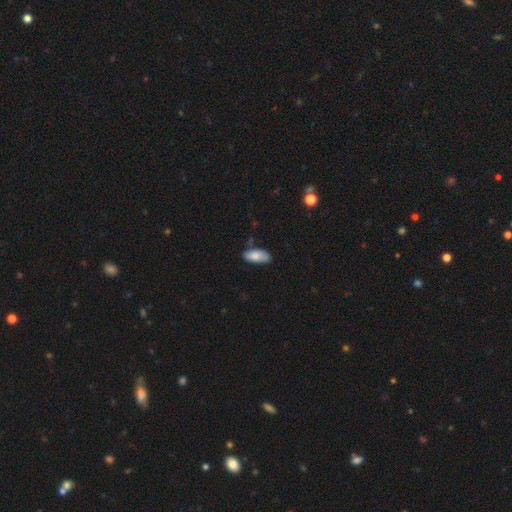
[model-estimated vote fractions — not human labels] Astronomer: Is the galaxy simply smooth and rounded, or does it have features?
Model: smooth — 81%.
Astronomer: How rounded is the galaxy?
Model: in between — 90%.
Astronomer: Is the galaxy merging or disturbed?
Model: none — 73%.